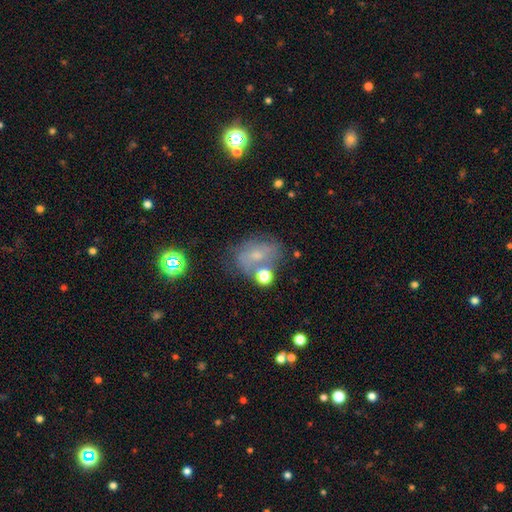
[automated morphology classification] A smooth galaxy with no disk features (41%).

Vote fractions:
- Smooth or featured? smooth: 41% / featured or disk: 36% / star or artifact: 22%
- Merging? none: 51% / minor disturbance: 23% / major disturbance: 15% / merger: 12%